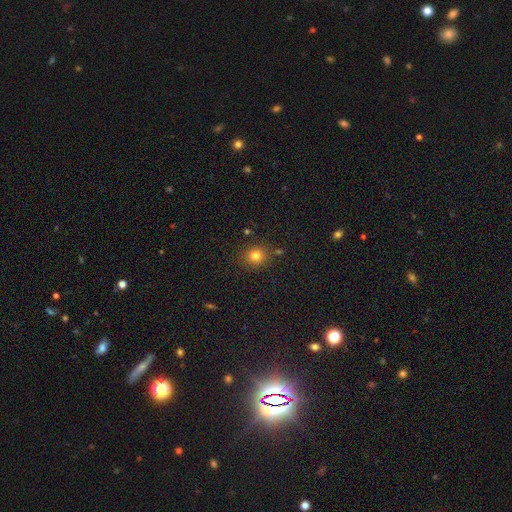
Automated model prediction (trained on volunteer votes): This is likely a smooth galaxy (80%). How rounded: clearly round (85%). Merging: clearly none (85%).